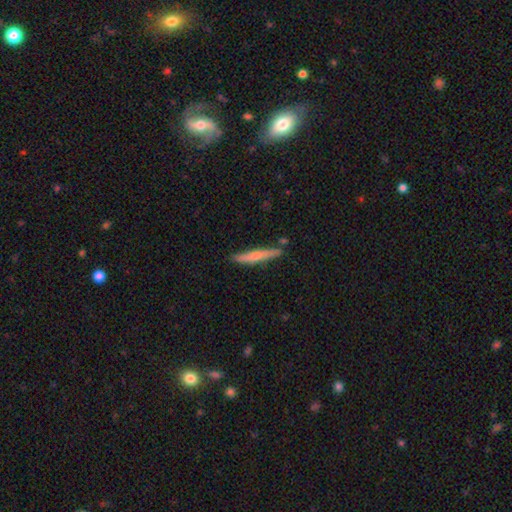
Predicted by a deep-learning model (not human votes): Smooth or featured: smooth — 57% (featured or disk — 37%)
How rounded: cigar-shaped — 94% (in between — 5%)
Merging: none — 83% (minor disturbance — 11%)